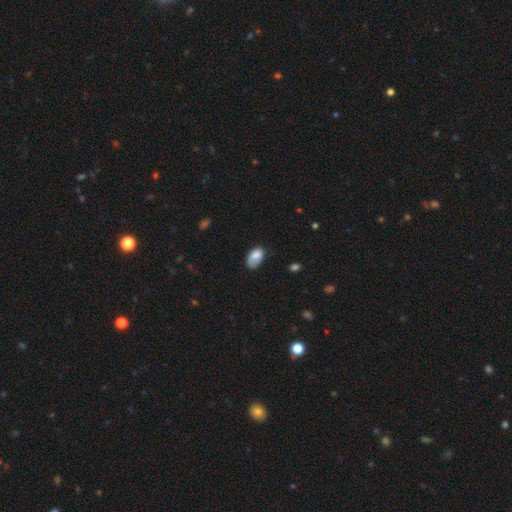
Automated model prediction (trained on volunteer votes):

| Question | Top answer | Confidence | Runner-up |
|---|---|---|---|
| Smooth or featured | smooth | 78% | featured or disk (15%) |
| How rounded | in between | 92% | round (7%) |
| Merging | none | 50% | minor disturbance (34%) |